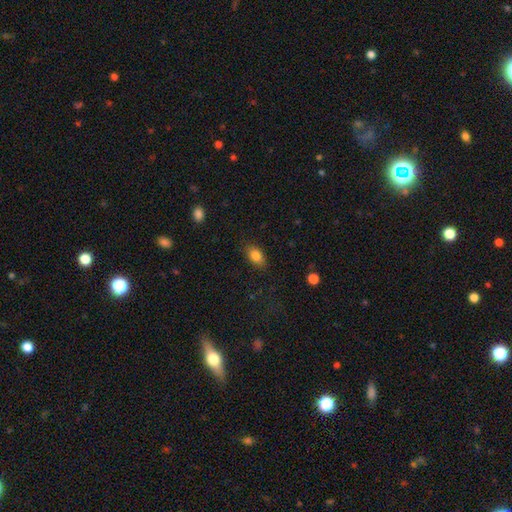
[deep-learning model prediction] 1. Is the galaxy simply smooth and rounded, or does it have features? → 84% smooth, 9% star or artifact, 7% featured or disk.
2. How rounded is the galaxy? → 85% in between, 11% round, 3% cigar-shaped.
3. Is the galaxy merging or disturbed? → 83% none, 12% minor disturbance, 3% major disturbance, 1% merger.